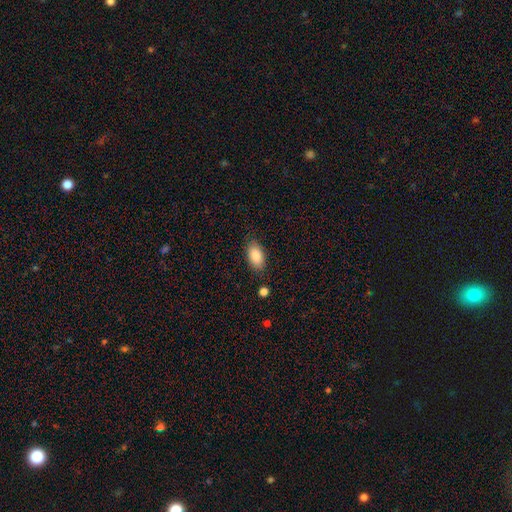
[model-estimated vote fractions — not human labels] Morphology: type=smooth (86%); roundness=in between (93%); merging=none (82%).